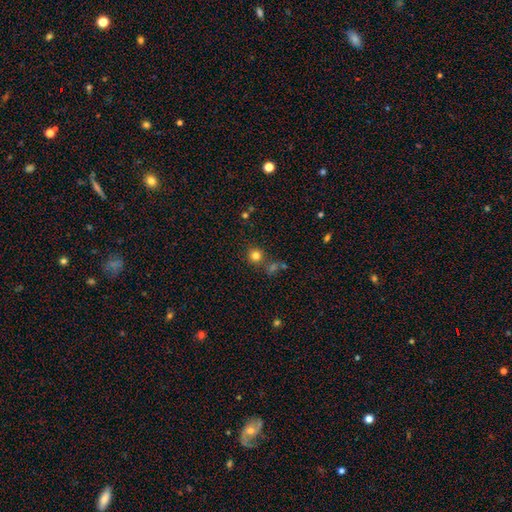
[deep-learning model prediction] A smooth galaxy with no disk features (80%) that is round (92%). Merging: none (78%).